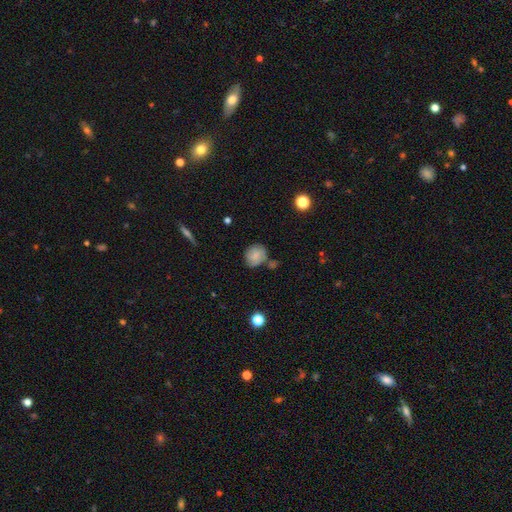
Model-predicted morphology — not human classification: Smooth or featured?
  - smooth: 80% *
  - featured or disk: 11%
  - star or artifact: 9%
How rounded?
  - round: 68% *
  - in between: 31%
  - cigar-shaped: 1%
Merging?
  - none: 64% *
  - minor disturbance: 19%
  - merger: 13%
  - major disturbance: 5%